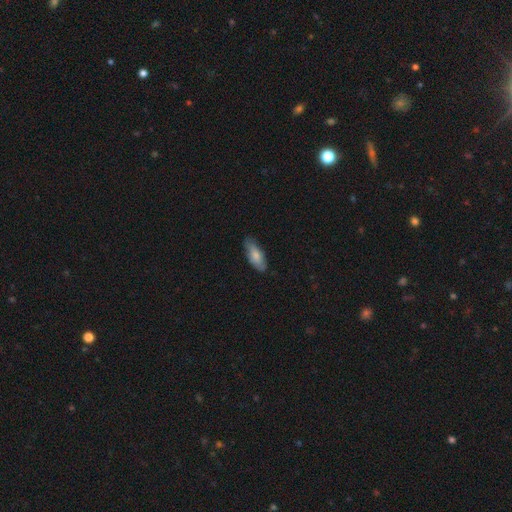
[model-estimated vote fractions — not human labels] This appears to be a smooth galaxy with no disk features (73%) that is in between round and cigar-shaped (72%). Merging: none (78%).